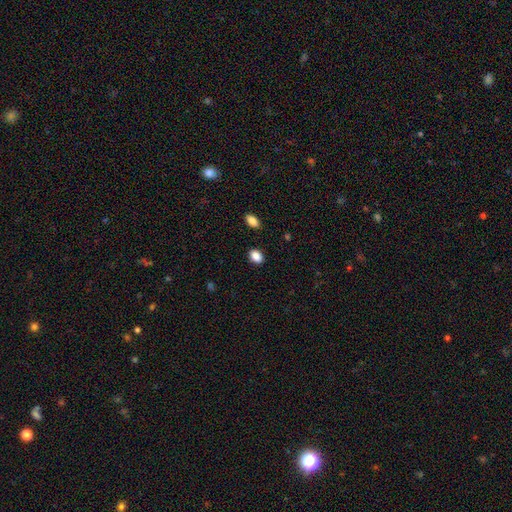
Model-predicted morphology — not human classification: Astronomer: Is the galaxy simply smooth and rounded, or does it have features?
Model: smooth — 87%.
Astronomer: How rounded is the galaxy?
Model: in between — 78%.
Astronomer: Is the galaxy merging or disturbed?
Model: none — 86%.